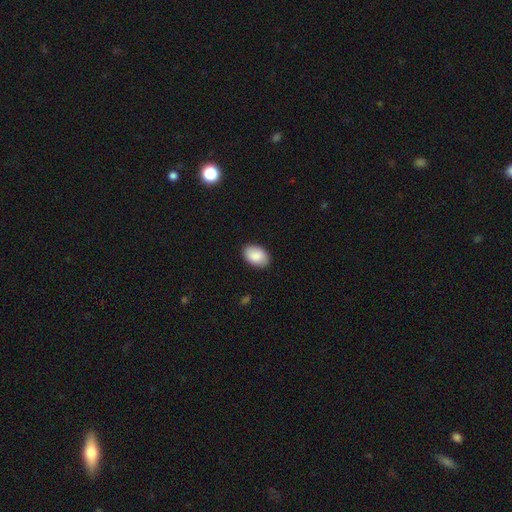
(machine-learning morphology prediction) Smooth or featured? smooth (89%)
How rounded? in between (89%)
Merging? none (87%)